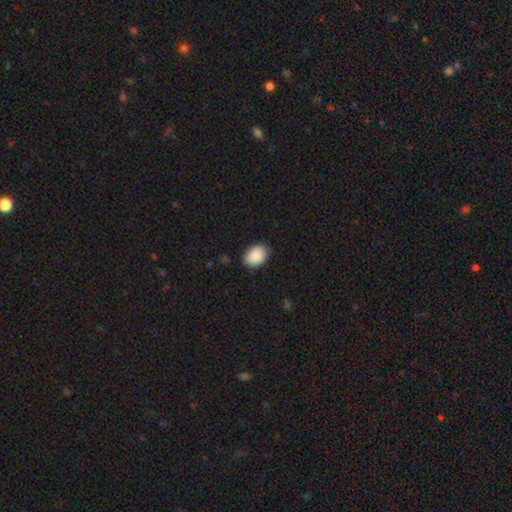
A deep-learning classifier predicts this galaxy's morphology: Q: Smooth or featured?
A: smooth (90%); runner-up: star or artifact (7%)
Q: How rounded?
A: in between (76%); runner-up: round (23%)
Q: Merging?
A: none (82%); runner-up: minor disturbance (14%)